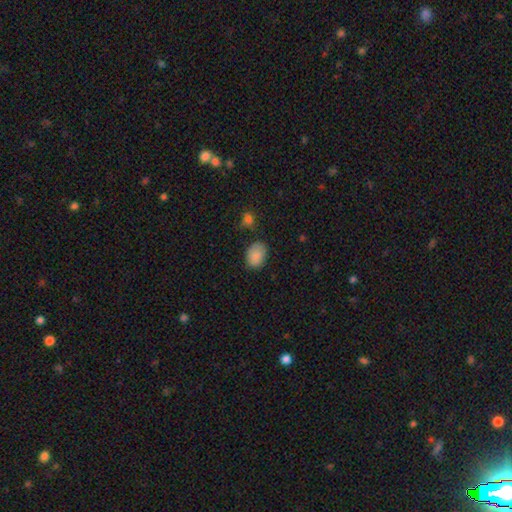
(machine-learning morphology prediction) Smooth or featured? smooth (87%)
How rounded? in between (74%)
Merging? none (74%)